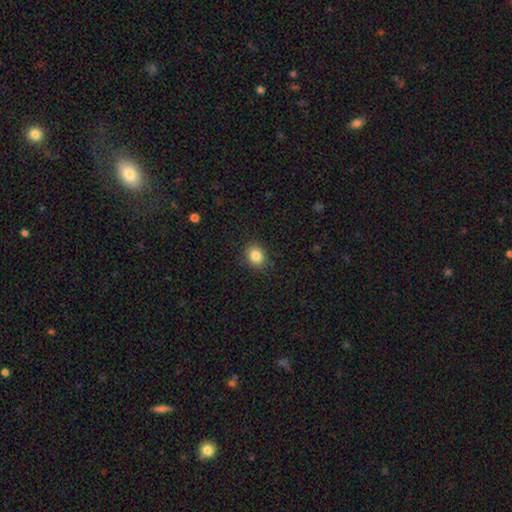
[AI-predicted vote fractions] smooth-or-featured: smooth: 84% | star or artifact: 10% | featured or disk: 6%
  how-rounded: round: 62% | in between: 37% | cigar-shaped: 1%
  merging: none: 87% | minor disturbance: 9% | major disturbance: 3% | merger: 1%